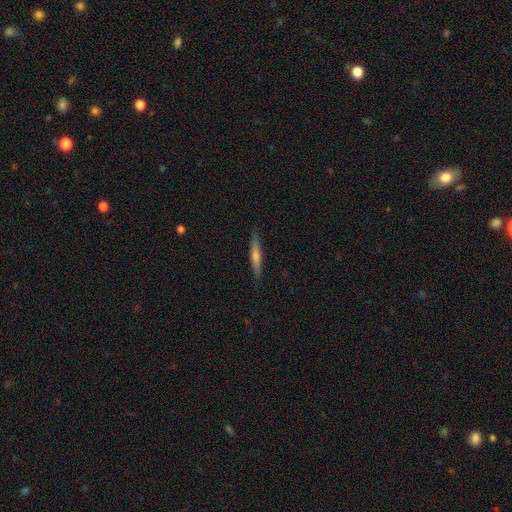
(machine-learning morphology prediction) Overall: featured or disk (63%; smooth 30%). Edge-on disk: yes (97%). Edge-on bulge: rounded (76%). Merging: none (90%).